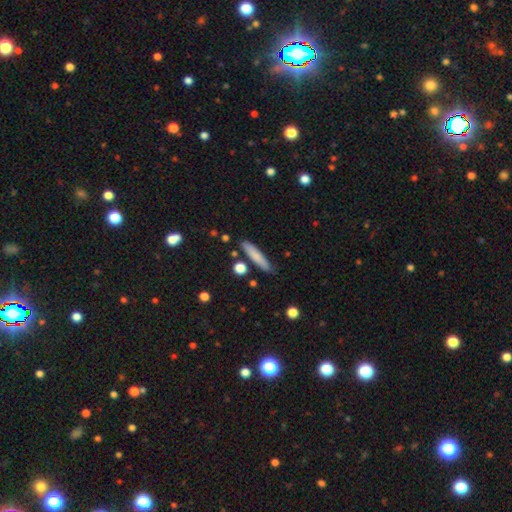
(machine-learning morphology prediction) A smooth galaxy with no disk features (78%) that is cigar-shaped (87%). Merging: none (83%).